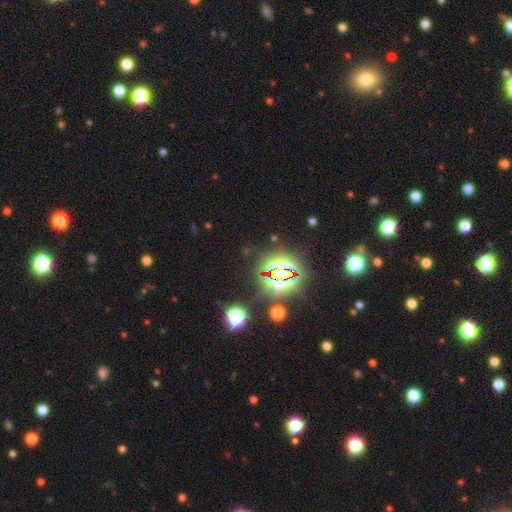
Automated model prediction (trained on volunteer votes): The model was most divided on "smooth or featured": star or artifact: 83%, smooth: 10%, featured or disk: 7%.